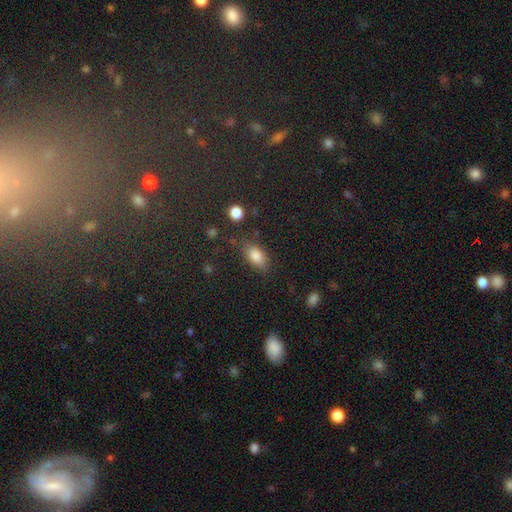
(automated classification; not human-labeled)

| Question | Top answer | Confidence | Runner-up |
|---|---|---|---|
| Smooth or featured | smooth | 82% | star or artifact (9%) |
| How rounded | in between | 87% | round (8%) |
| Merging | none | 74% | minor disturbance (17%) |